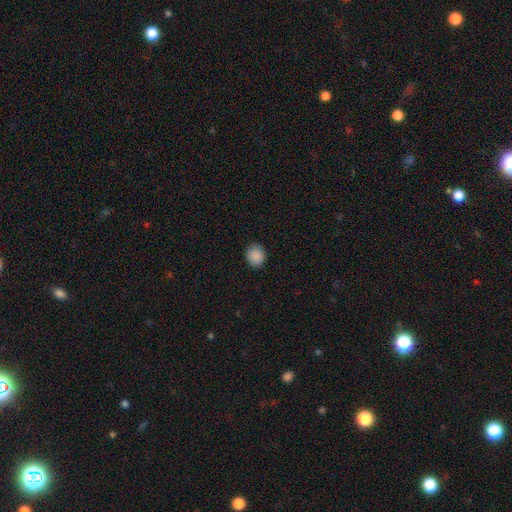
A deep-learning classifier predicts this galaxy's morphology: smooth-or-featured: smooth: 89% | star or artifact: 8% | featured or disk: 3%
  how-rounded: round: 72% | in between: 27% | cigar-shaped: 1%
  merging: none: 87% | minor disturbance: 10% | major disturbance: 2% | merger: 1%